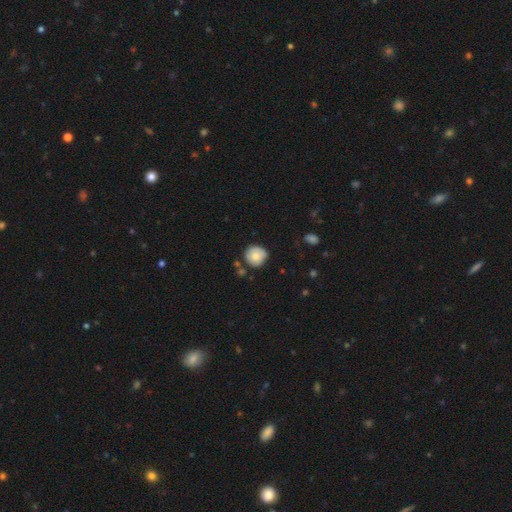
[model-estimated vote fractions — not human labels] Smooth or featured? Predicted: smooth (p=0.76). How rounded? Predicted: round (p=0.91). Merging? Predicted: none (p=0.74).